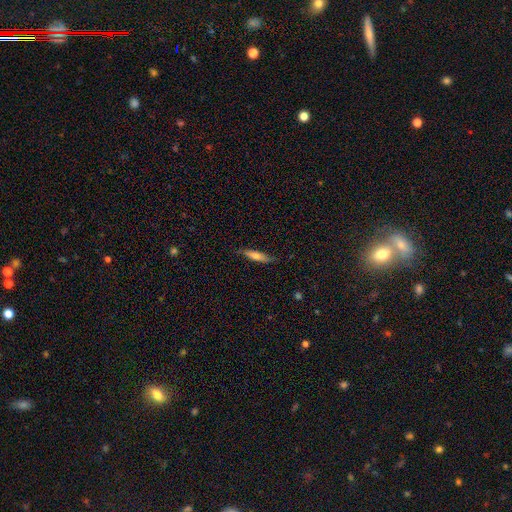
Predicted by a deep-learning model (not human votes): A smooth galaxy with no disk features (64%) that is cigar-shaped (80%).

Vote fractions:
- Smooth or featured? smooth: 64% / featured or disk: 30% / star or artifact: 6%
- How rounded? cigar-shaped: 80% / in between: 19% / round: 2%
- Merging? none: 82% / minor disturbance: 15% / major disturbance: 2% / merger: 1%